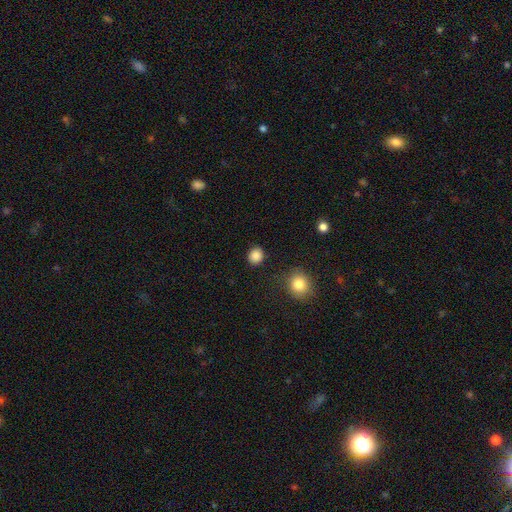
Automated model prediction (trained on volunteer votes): smooth-or-featured: smooth: 87% | star or artifact: 10% | featured or disk: 3%
  how-rounded: round: 83% | in between: 16% | cigar-shaped: 1%
  merging: none: 89% | minor disturbance: 7% | major disturbance: 3% | merger: 2%